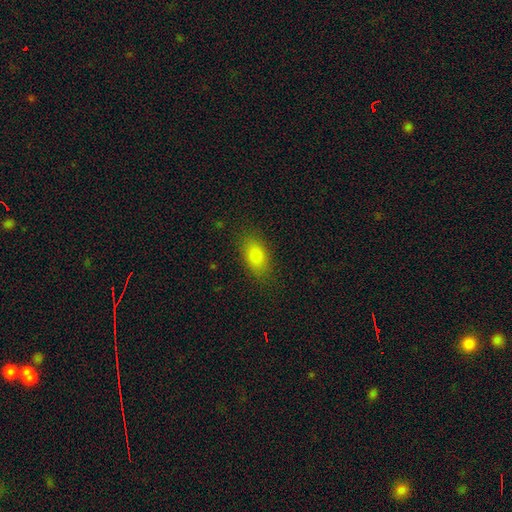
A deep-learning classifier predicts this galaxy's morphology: type=smooth (80%); roundness=in between (86%); merging=none (84%).